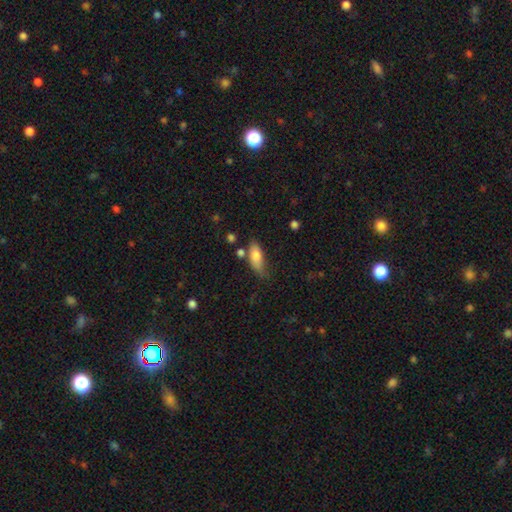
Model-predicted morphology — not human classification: Overall: smooth (77%). How rounded: in between (75%). Merging: none (54%; minor disturbance 28%).